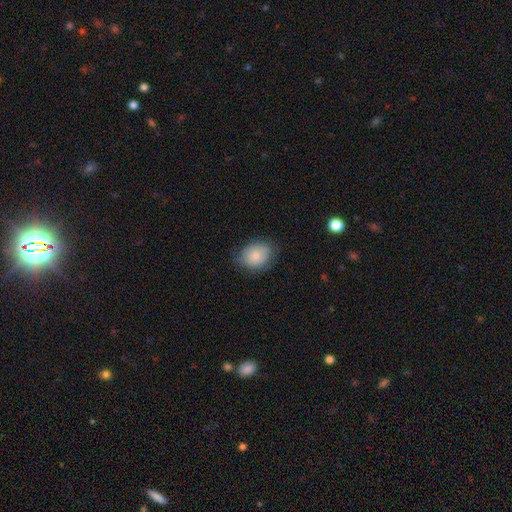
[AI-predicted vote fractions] Overall: smooth (80%). How rounded: in between (60%; round 39%). Merging: none (69%).